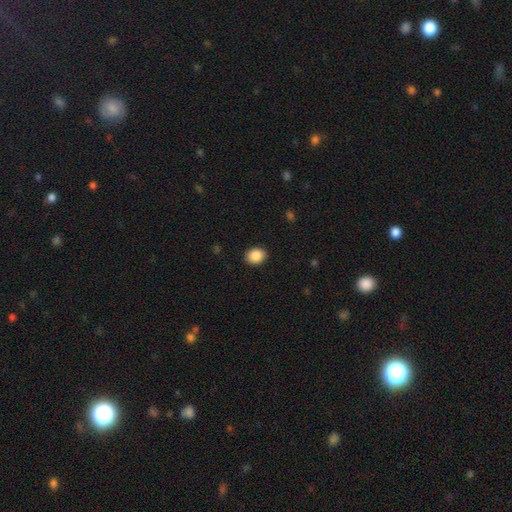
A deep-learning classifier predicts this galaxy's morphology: Smooth or featured? Predicted: smooth (p=0.88). How rounded? Predicted: round (p=0.52). Merging? Predicted: none (p=0.91).